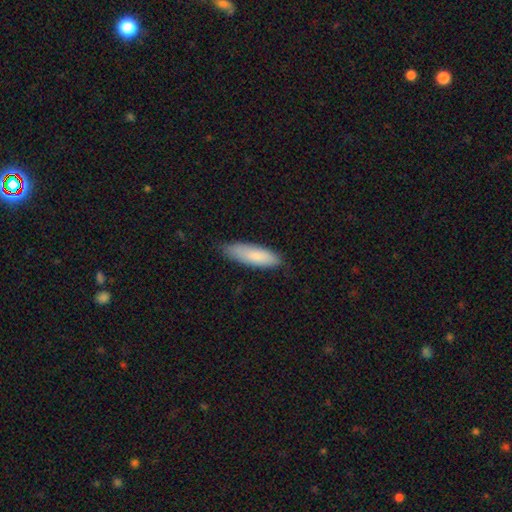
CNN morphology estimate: A smooth galaxy with no disk features (82%) that is in between round and cigar-shaped (50%). Merging: none (80%).